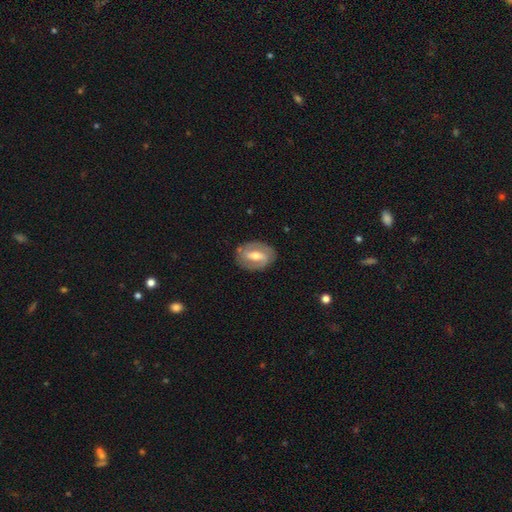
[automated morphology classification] Q: Smooth or featured?
A: featured or disk (73%); runner-up: smooth (23%)
Q: Edge-on disk?
A: no (94%); runner-up: yes (6%)
Q: Bar?
A: strong (49%); runner-up: weak (36%)
Q: Spiral arms?
A: yes (71%); runner-up: no (29%)
Q: Bulge size?
A: moderate (66%); runner-up: small (26%)
Q: Merging?
A: none (82%); runner-up: minor disturbance (12%)